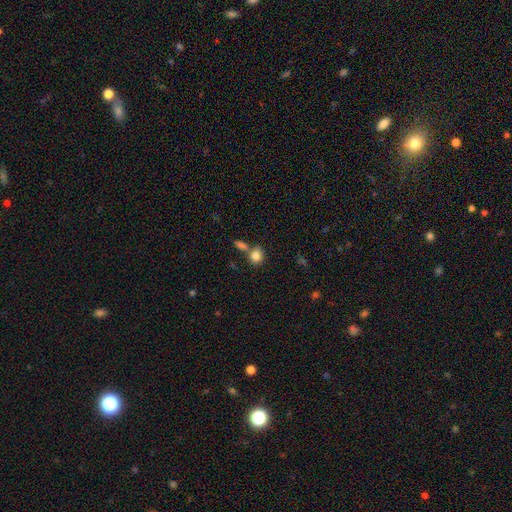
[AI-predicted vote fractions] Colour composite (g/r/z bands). It shows a smooth galaxy with no disk features (82%) that is round (77%). Merging: none (57%).